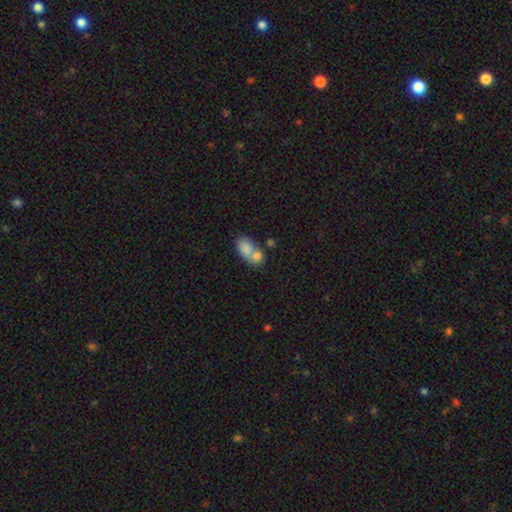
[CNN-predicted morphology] Smooth or featured? Predicted: smooth (p=0.64). How rounded? Predicted: in between (p=0.68). Merging? Predicted: merger (p=0.52).